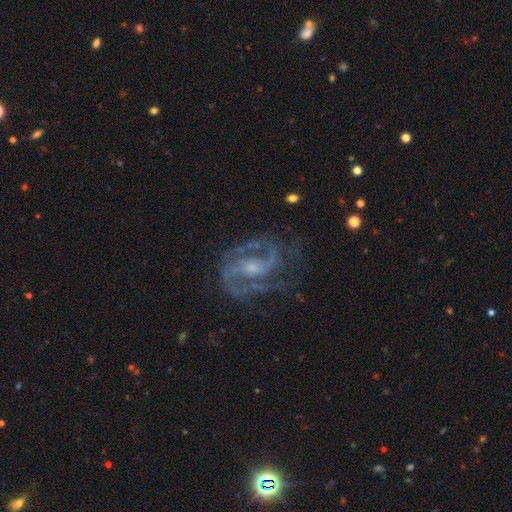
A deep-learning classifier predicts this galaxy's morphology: Overall: featured or disk (85%). Edge-on disk: no (97%). Bar: weak (48%; no 31%). Spiral arms: yes (96%). Spiral arm count: 2 (69%). Spiral winding: medium (54%; tight 31%). Bulge size: small (51%; moderate 37%). Merging: none (69%).